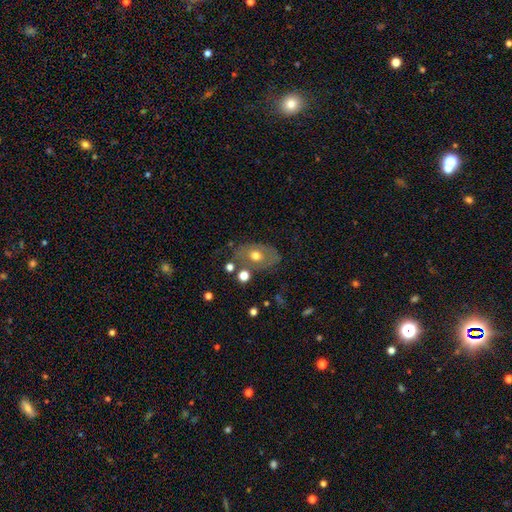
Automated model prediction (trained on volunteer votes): Smooth or featured? smooth (52%)
How rounded? in between (77%)
Merging? none (61%)